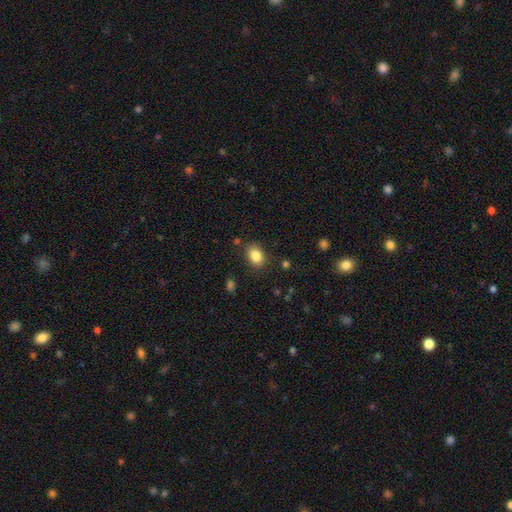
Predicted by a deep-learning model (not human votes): Morphology: type=smooth (85%); roundness=in between (72%); merging=none (82%).